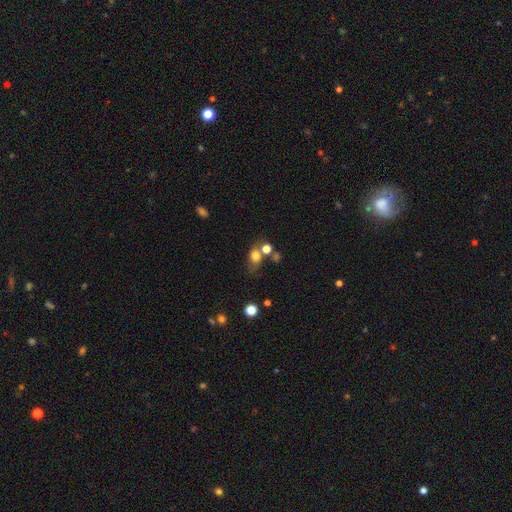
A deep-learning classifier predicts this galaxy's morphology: A smooth galaxy with no disk features (74%) that is in between round and cigar-shaped (54%).

Vote fractions:
- Smooth or featured? smooth: 74% / star or artifact: 14% / featured or disk: 12%
- How rounded? in between: 54% / round: 44% / cigar-shaped: 2%
- Merging? none: 46% / merger: 26% / minor disturbance: 18% / major disturbance: 11%